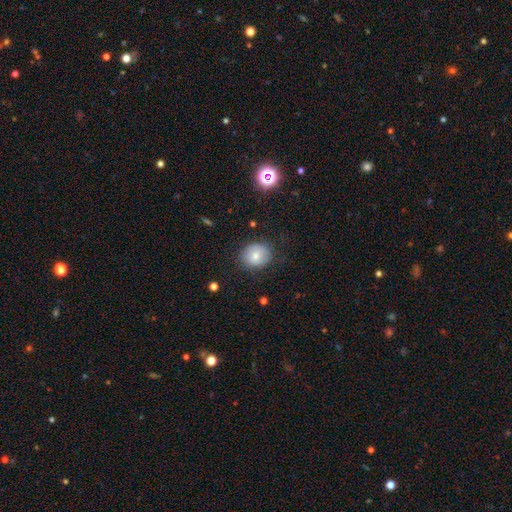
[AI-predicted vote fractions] smooth-or-featured: smooth: 74% | featured or disk: 16% | star or artifact: 9%
  how-rounded: round: 72% | in between: 27% | cigar-shaped: 1%
  merging: none: 77% | minor disturbance: 17% | major disturbance: 5% | merger: 1%